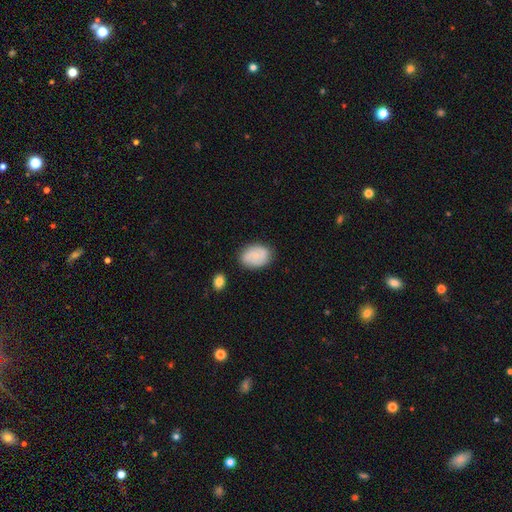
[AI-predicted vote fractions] Smooth or featured? Predicted: smooth (p=0.58). How rounded? Predicted: in between (p=0.74). Merging? Predicted: none (p=0.77).